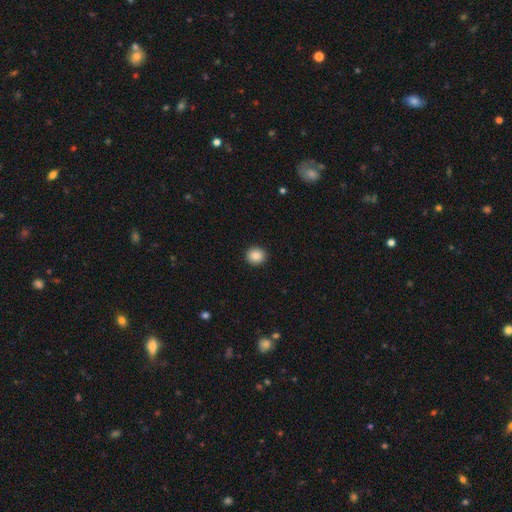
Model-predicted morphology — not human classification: A smooth galaxy with no disk features (87%) that is round (88%).

Vote fractions:
- Smooth or featured? smooth: 87% / star or artifact: 9% / featured or disk: 4%
- How rounded? round: 88% / in between: 12% / cigar-shaped: 1%
- Merging? none: 93% / minor disturbance: 5% / major disturbance: 2% / merger: 1%